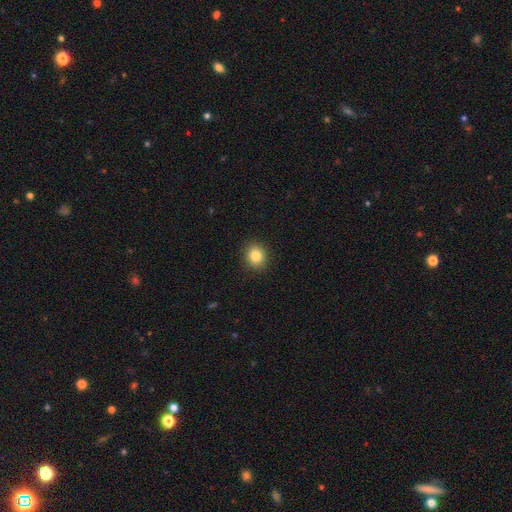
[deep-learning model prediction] smooth_or_featured: smooth (p=0.83) [alt: star or artifact p=0.10]
how_rounded: round (p=0.78) [alt: in between p=0.21]
merging: none (p=0.90) [alt: minor disturbance p=0.07]